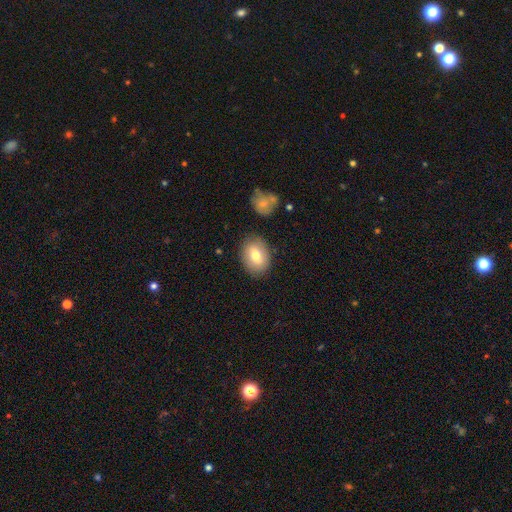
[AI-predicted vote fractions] This appears to be a smooth galaxy with no disk features (74%) that is in between round and cigar-shaped (74%). Merging: none (83%).